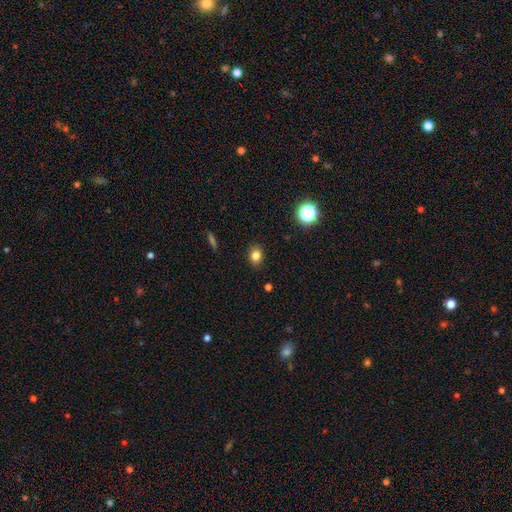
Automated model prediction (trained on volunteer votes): Morphology: type=smooth (81%); roundness=in between (52%); merging=none (86%).